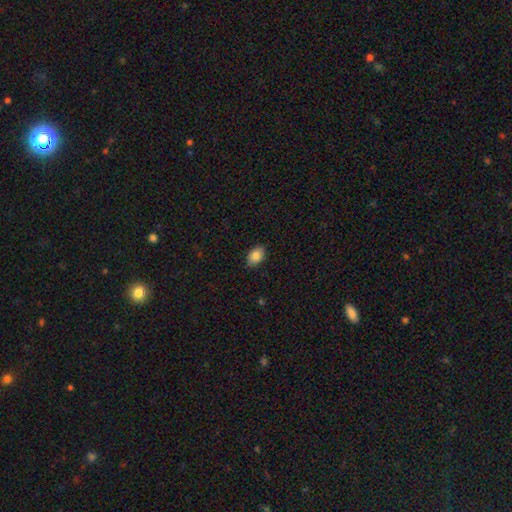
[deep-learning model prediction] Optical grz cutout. It shows a smooth galaxy with no disk features (84%) that is in between round and cigar-shaped (84%). Merging: none (86%).